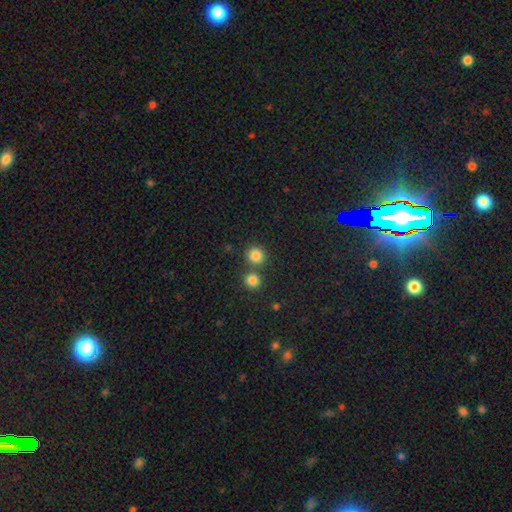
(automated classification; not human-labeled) The model was most divided on "merging": none: 72%, merger: 19%, minor disturbance: 7%, major disturbance: 3%. More confident: how rounded — round (91%); smooth or featured — smooth (83%).